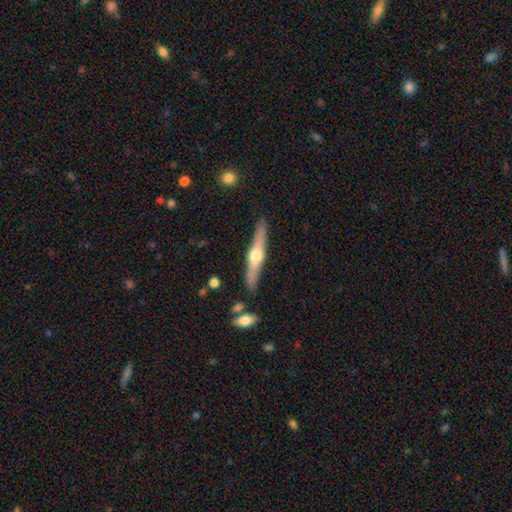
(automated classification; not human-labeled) smooth_or_featured: featured or disk (p=0.69) [alt: smooth p=0.26]
disk_edge_on: yes (p=0.97) [alt: no p=0.03]
edge_on_bulge: rounded (p=0.94) [alt: boxy p=0.03]
merging: none (p=0.88) [alt: minor disturbance p=0.08]